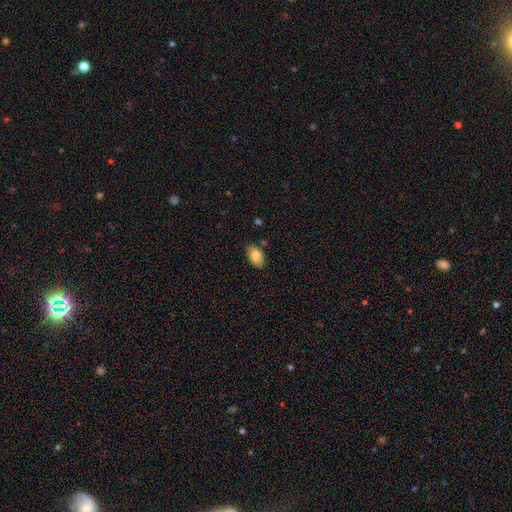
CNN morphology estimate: This is clearly a smooth galaxy (84%). How rounded: clearly in between (93%). Merging: clearly none (82%).